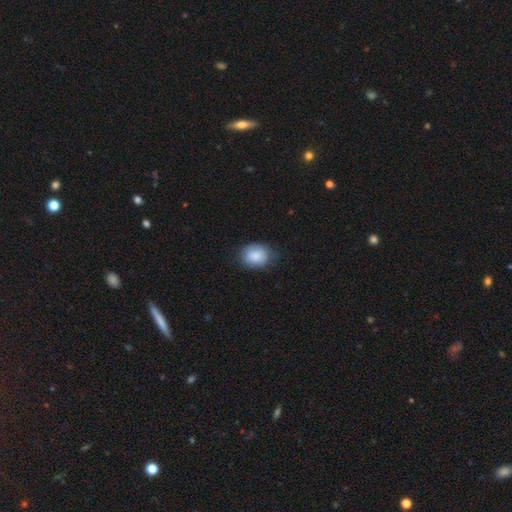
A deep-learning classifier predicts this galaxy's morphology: A smooth galaxy with no disk features (82%) that is round (51%).

Vote fractions:
- Smooth or featured? smooth: 82% / featured or disk: 11% / star or artifact: 7%
- How rounded? round: 51% / in between: 48% / cigar-shaped: 1%
- Merging? none: 73% / minor disturbance: 21% / major disturbance: 5% / merger: 1%